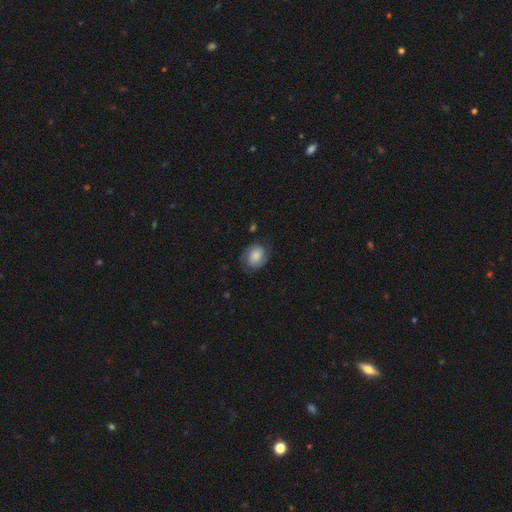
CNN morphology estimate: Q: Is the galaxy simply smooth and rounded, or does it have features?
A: smooth — 56%.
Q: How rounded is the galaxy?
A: round — 54%.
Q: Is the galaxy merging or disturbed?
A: none — 71%.